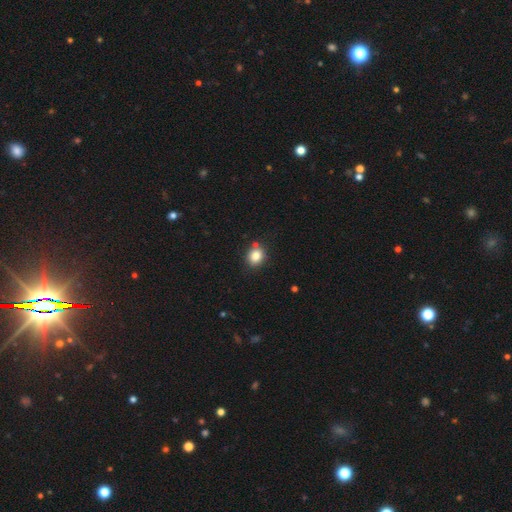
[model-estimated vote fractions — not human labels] This appears to be a smooth galaxy with no disk features (83%) that is round (59%). Merging: none (77%).